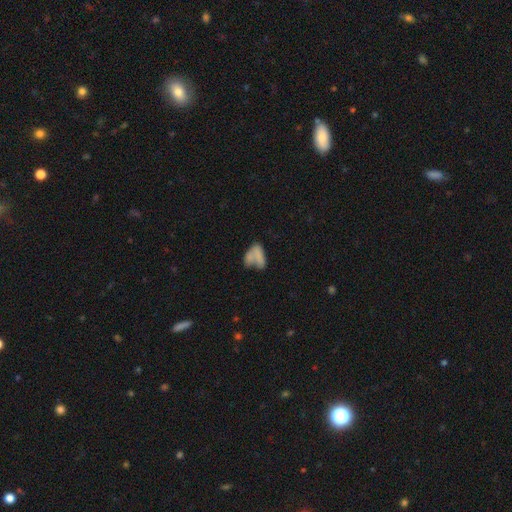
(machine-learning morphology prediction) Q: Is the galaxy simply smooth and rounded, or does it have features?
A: smooth — 64%.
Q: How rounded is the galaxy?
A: in between — 83%.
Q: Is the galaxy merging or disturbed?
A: none — 28%.